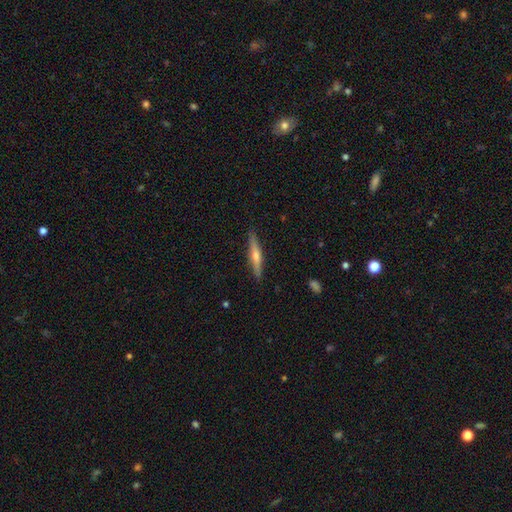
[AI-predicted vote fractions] This appears to be a featured or disk galaxy (64%) viewed edge-on (97%) with a rounded central bulge (84%). Merging: none (90%).